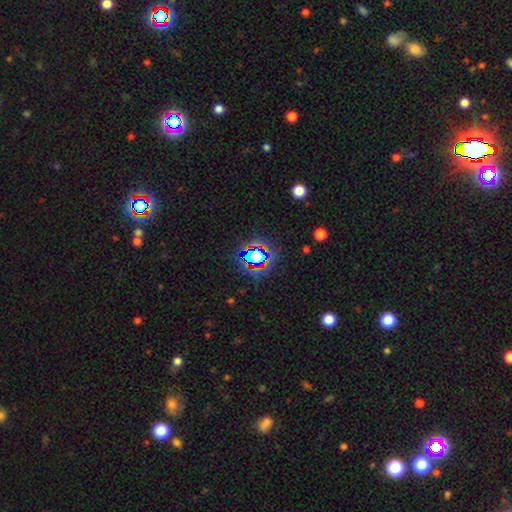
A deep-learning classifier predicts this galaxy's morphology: Smooth or featured? star or artifact (63%)